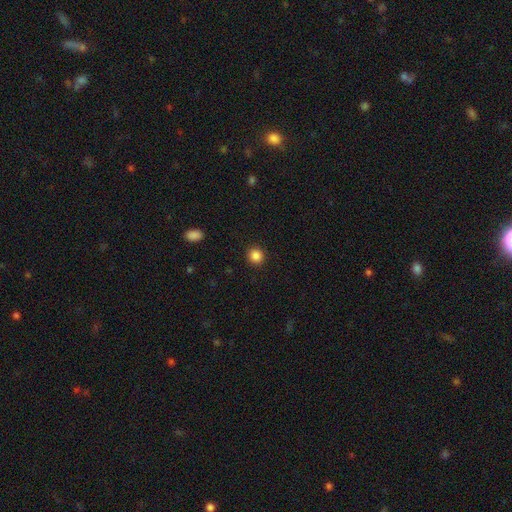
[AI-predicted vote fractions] A smooth galaxy with no disk features (87%) that is round (89%). Merging: none (92%).